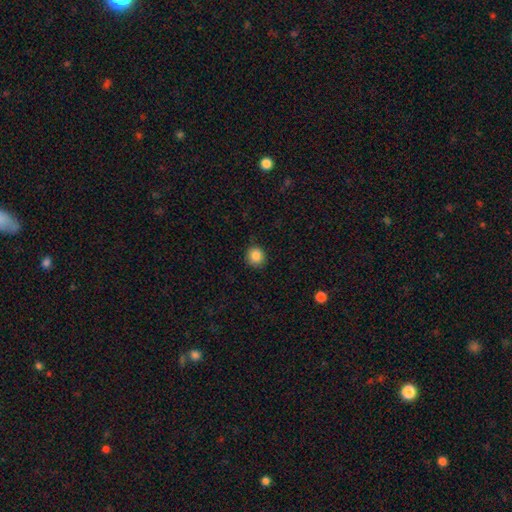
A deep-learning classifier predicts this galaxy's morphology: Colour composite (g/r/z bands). It shows a smooth galaxy with no disk features (85%) that is round (90%). Merging: none (89%).